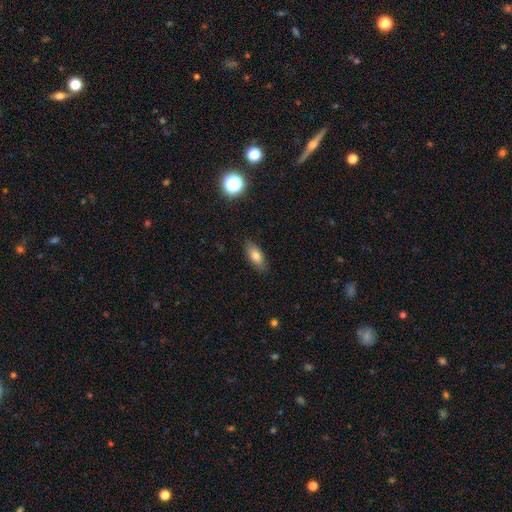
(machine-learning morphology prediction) This is likely a smooth galaxy (77%). How rounded: clearly in between (81%). Merging: clearly none (85%).